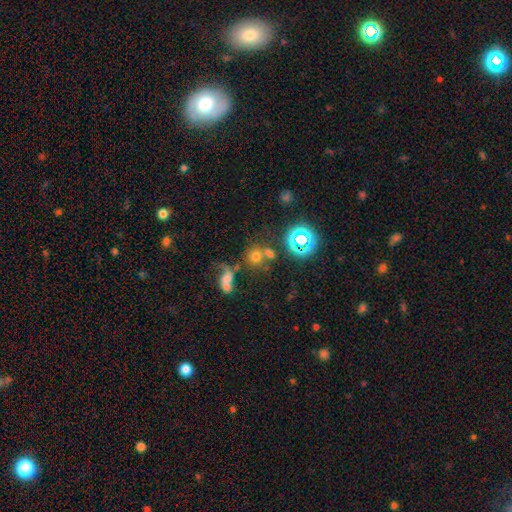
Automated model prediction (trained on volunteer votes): Overall: smooth (59%; star or artifact 27%). How rounded: round (82%). Merging: none (49%; merger 32%).